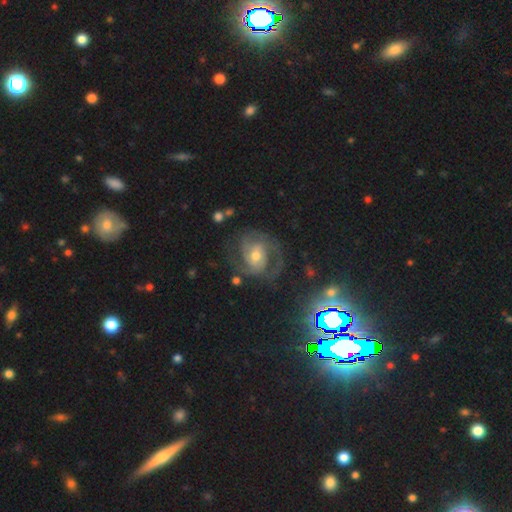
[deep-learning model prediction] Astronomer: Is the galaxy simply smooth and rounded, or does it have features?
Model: featured or disk — 81%.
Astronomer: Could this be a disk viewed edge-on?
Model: no — 98%.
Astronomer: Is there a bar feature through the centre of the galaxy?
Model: no — 47% (runner-up: weak, 39%).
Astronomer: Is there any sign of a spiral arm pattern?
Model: yes — 95%.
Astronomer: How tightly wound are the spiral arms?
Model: medium — 47% (runner-up: tight, 40%).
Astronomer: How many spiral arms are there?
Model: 2 — 53%.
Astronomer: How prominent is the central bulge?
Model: moderate — 59%.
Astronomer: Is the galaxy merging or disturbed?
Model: none — 67%.